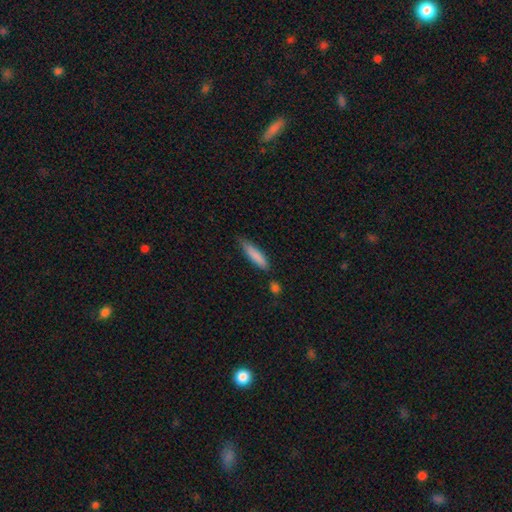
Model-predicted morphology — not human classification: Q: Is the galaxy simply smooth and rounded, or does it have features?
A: smooth — 84%.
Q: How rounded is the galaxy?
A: cigar-shaped — 79%.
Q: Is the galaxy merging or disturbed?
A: none — 76%.